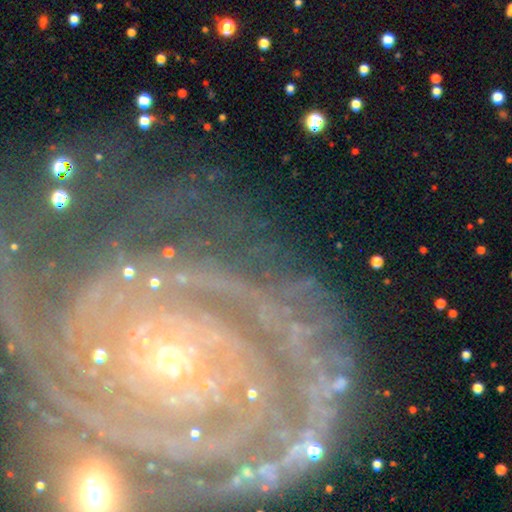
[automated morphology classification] The model was most divided on "spiral arm count": can't tell: 29%, 2: 18%, more than 4: 15%, 3: 15%, 4: 14%, 1: 10%. More confident: edge-on disk — no (97%); spiral arms — yes (94%); smooth or featured — featured or disk (82%); spiral winding — tight (78%); merging — none (71%); bar — no (65%); bulge size — small (64%).